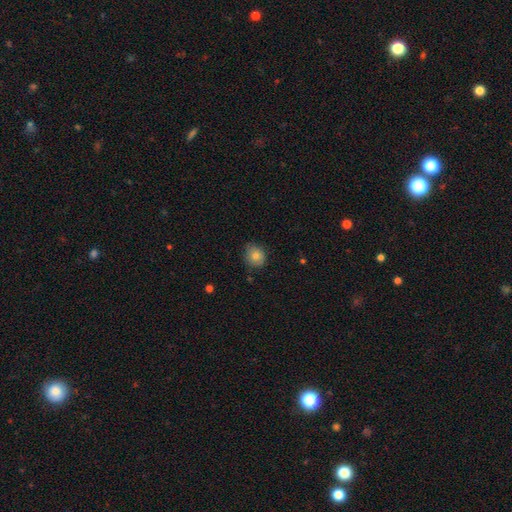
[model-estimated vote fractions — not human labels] Overall: smooth (78%). How rounded: round (71%). Merging: none (75%).